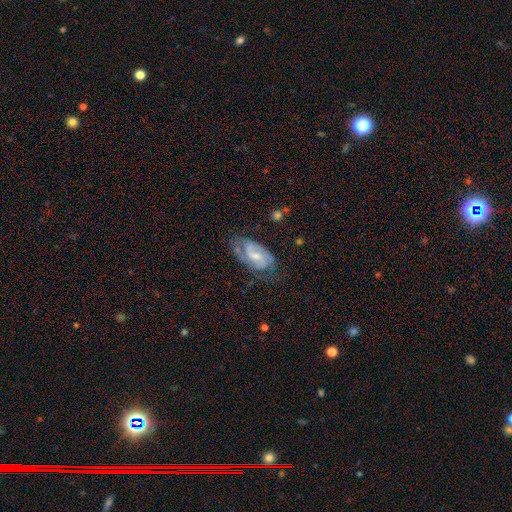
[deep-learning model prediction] Smooth or featured? featured or disk (76%)
Edge-on disk? no (96%)
Bar? weak (52%)
Spiral arms? yes (93%)
Spiral winding? medium (48%)
Spiral arm count? 2 (75%)
Bulge size? small (49%)
Merging? none (58%)